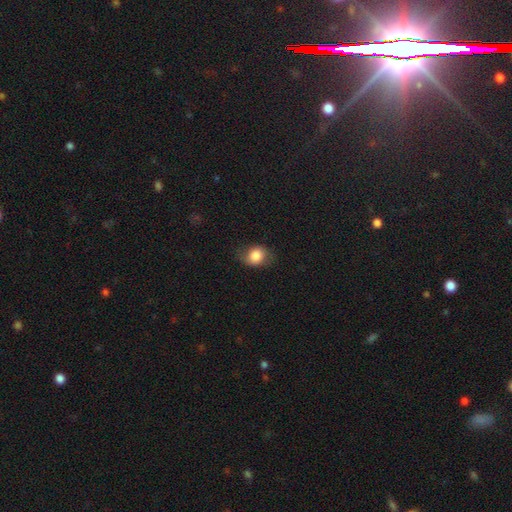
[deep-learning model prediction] A smooth galaxy with no disk features (80%) that is round (50%).

Vote fractions:
- Smooth or featured? smooth: 80% / featured or disk: 12% / star or artifact: 8%
- How rounded? round: 50% / in between: 49% / cigar-shaped: 1%
- Merging? none: 68% / minor disturbance: 23% / major disturbance: 8% / merger: 1%